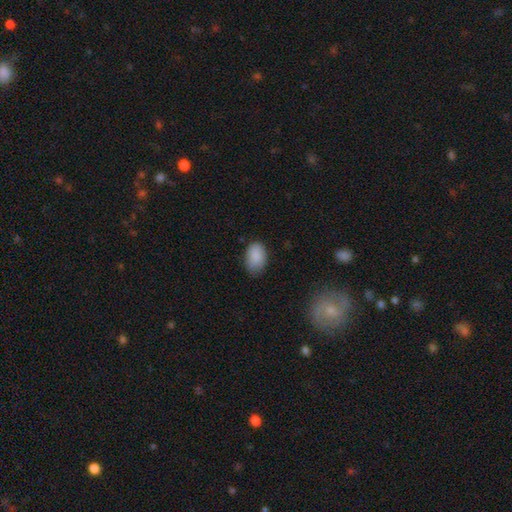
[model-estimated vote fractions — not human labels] Morphology: type=smooth (88%); roundness=in between (88%); merging=none (72%).